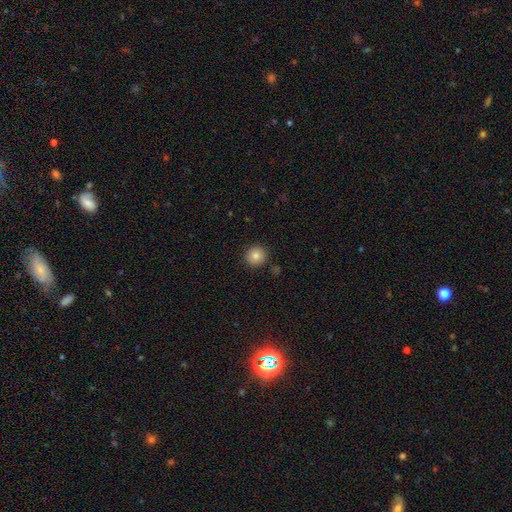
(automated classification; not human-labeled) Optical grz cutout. It shows a smooth galaxy with no disk features (83%) that is round (94%). Merging: none (90%).